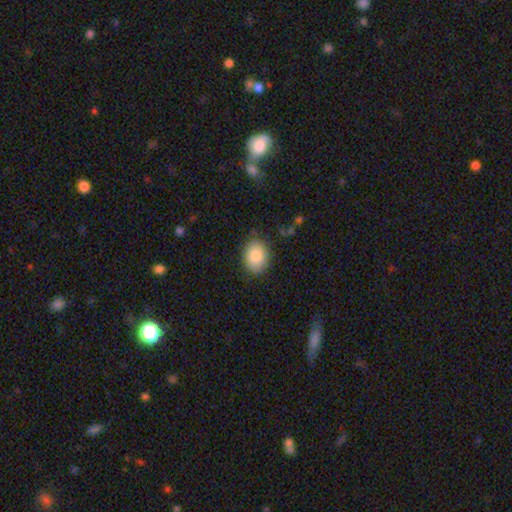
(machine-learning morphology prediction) Overall: smooth (86%). How rounded: in between (68%; round 31%). Merging: none (83%).